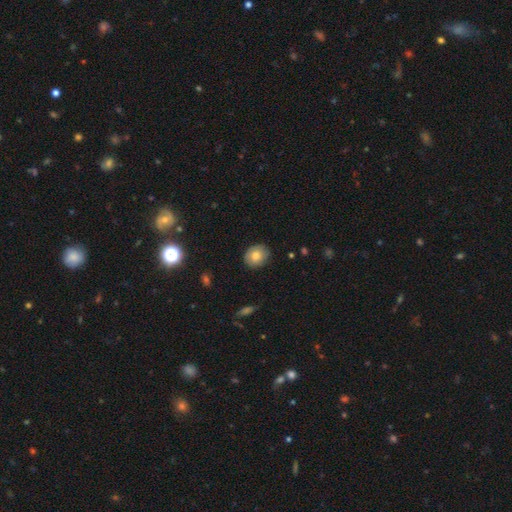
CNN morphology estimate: Smooth or featured? smooth (77%)
How rounded? round (65%)
Merging? none (85%)